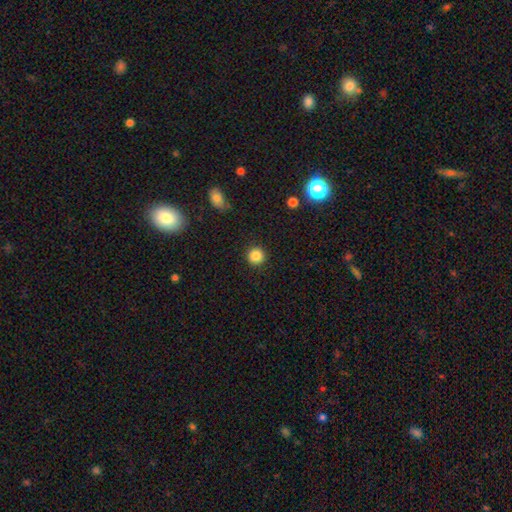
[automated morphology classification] Smooth or featured? smooth (86%)
How rounded? round (94%)
Merging? none (92%)